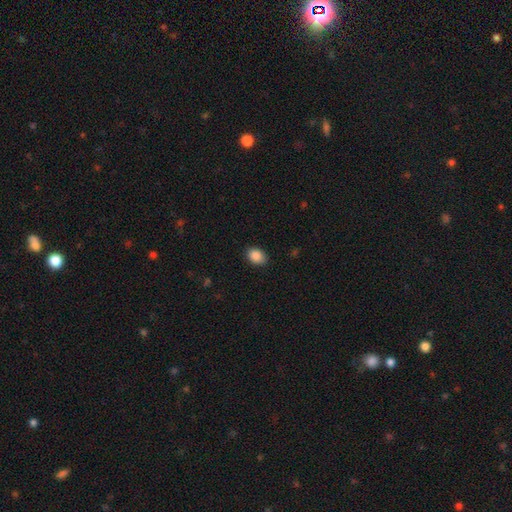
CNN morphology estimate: Smooth or featured: smooth — 88% (star or artifact — 8%)
How rounded: in between — 73% (round — 26%)
Merging: none — 86% (minor disturbance — 10%)